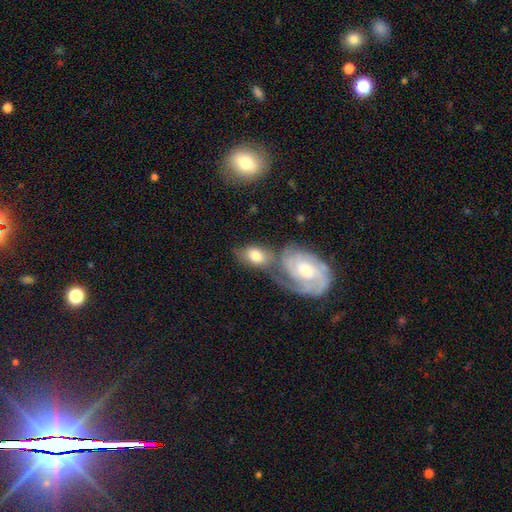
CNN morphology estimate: smooth 58%, featured or disk 35%, star or artifact 6%. Down the decision tree: how rounded — in between (85%); merging — merger (45%).